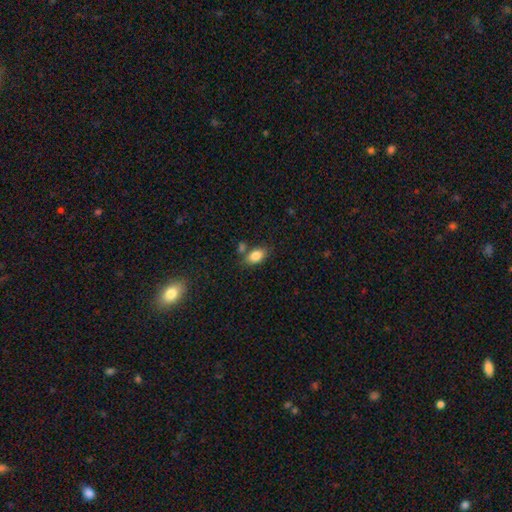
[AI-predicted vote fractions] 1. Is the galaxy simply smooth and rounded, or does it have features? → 84% smooth, 8% featured or disk, 8% star or artifact.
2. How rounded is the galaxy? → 89% in between, 9% round, 3% cigar-shaped.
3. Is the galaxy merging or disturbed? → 68% none, 14% merger, 14% minor disturbance, 4% major disturbance.